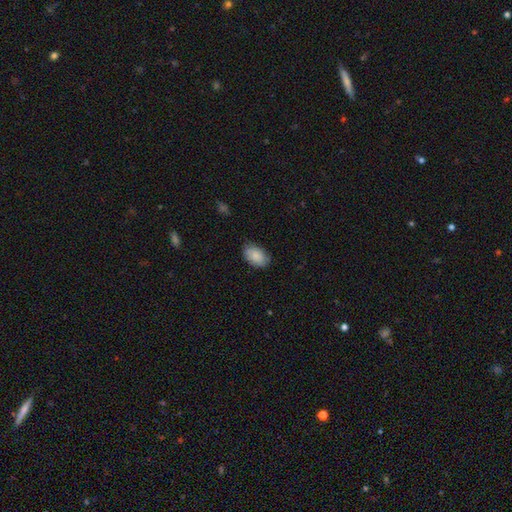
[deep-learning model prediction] This appears to be a smooth galaxy with no disk features (87%) that is in between round and cigar-shaped (90%). Merging: none (76%).